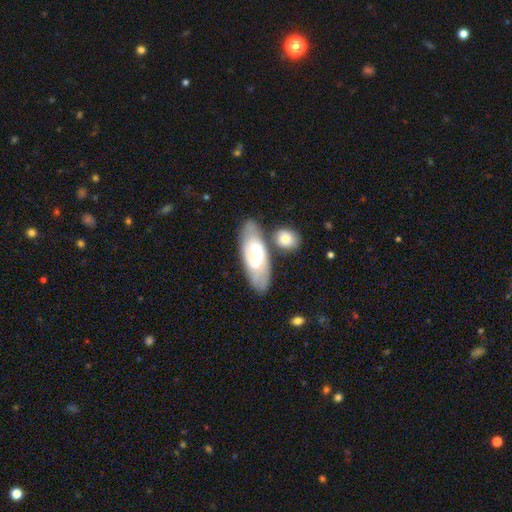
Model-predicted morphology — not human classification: featured or disk 50%, smooth 45%, star or artifact 6%. Down the decision tree: merging — none (66%).